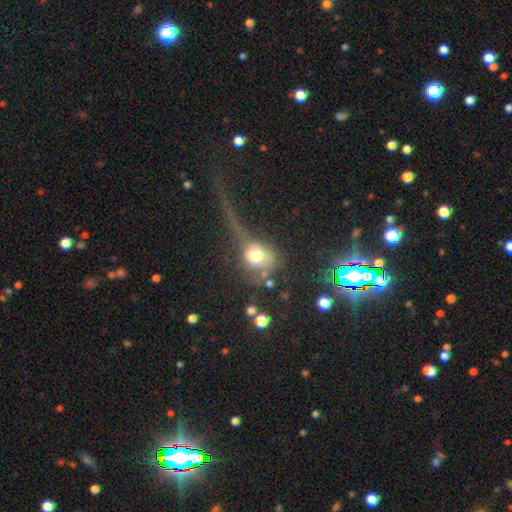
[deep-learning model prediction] Overall: smooth (62%; featured or disk 24%). How rounded: round (62%; in between 34%). Merging: major disturbance (46%; none 26%).